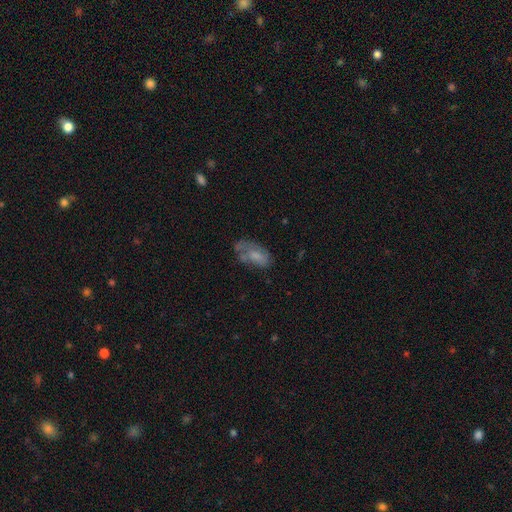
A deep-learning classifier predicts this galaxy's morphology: This appears to be a smooth galaxy with no disk features (58%) that is in between round and cigar-shaped (90%). Merging: none (38%).